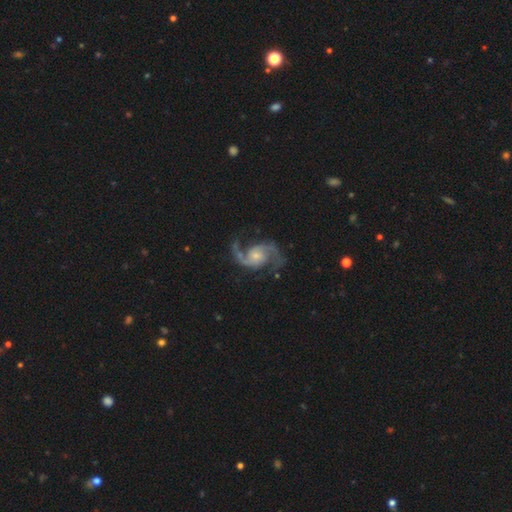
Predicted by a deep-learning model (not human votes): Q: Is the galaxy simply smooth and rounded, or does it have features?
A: featured or disk — 92%.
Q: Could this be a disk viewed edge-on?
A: no — 98%.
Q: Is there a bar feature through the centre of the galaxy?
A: no — 62%.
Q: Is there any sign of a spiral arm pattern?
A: yes — 98%.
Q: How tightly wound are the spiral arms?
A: loose — 46%, tied with medium.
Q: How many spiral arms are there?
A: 2 — 94%.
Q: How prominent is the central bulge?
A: small — 53%.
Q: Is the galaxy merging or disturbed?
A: none — 74%.